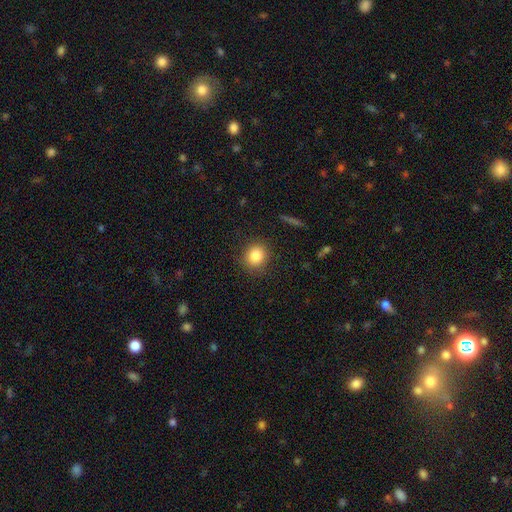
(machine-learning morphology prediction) Smooth or featured? smooth (84%)
How rounded? round (83%)
Merging? none (86%)